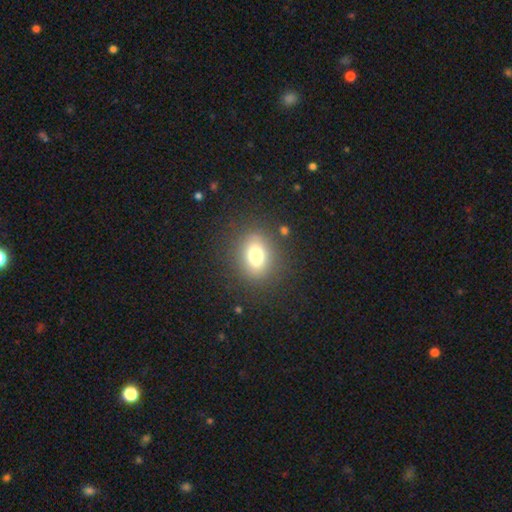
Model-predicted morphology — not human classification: Q: Smooth or featured?
A: smooth (73%); runner-up: star or artifact (14%)
Q: How rounded?
A: round (53%); runner-up: in between (46%)
Q: Merging?
A: none (85%); runner-up: minor disturbance (9%)